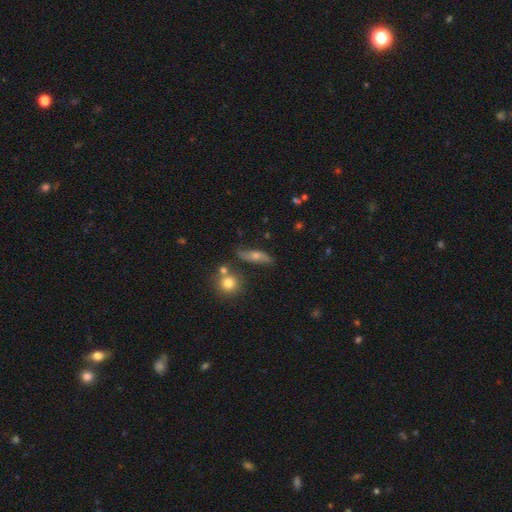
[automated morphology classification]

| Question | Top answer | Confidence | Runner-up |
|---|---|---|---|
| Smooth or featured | featured or disk | 52% | smooth (35%) |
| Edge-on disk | no | 54% | yes (46%) |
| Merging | none | 70% | minor disturbance (18%) |